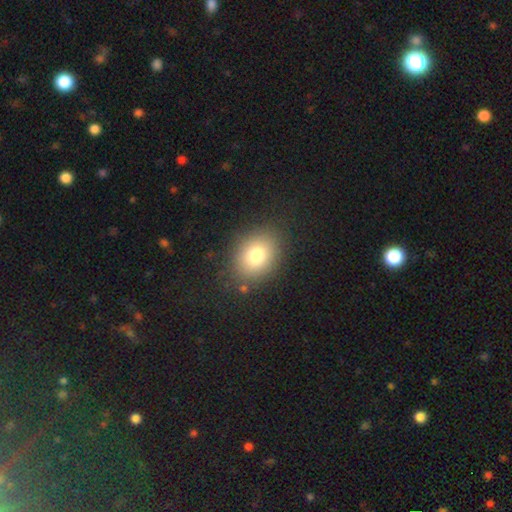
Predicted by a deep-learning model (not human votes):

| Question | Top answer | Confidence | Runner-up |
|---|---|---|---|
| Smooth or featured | smooth | 77% | star or artifact (12%) |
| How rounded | in between | 56% | round (43%) |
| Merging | none | 84% | minor disturbance (10%) |